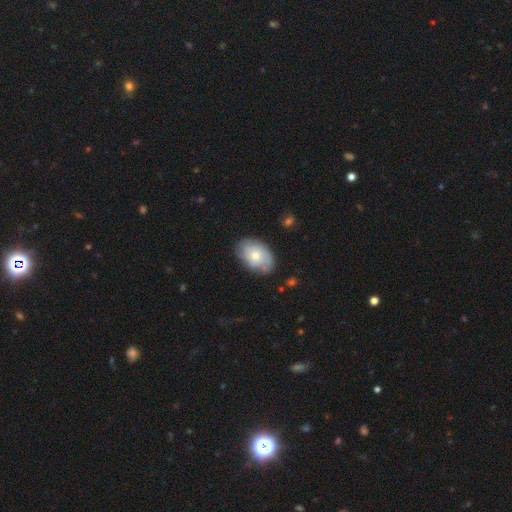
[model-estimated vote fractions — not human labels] smooth-or-featured: smooth: 56% | featured or disk: 37% | star or artifact: 6%
  how-rounded: in between: 85% | round: 13% | cigar-shaped: 1%
  merging: none: 72% | minor disturbance: 21% | major disturbance: 5% | merger: 2%